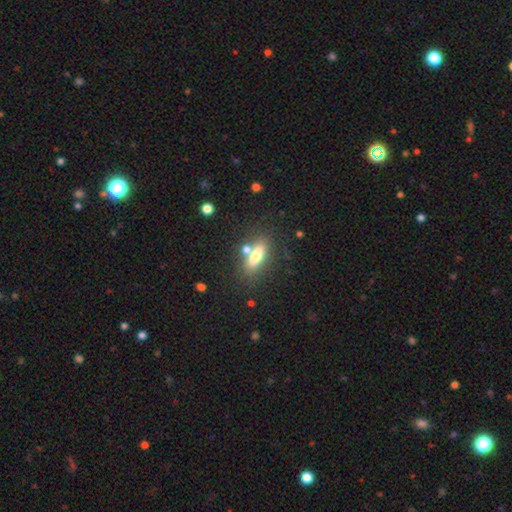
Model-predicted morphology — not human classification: smooth 66%, featured or disk 25%, star or artifact 9%. Down the decision tree: how rounded — in between (60%); merging — none (66%).